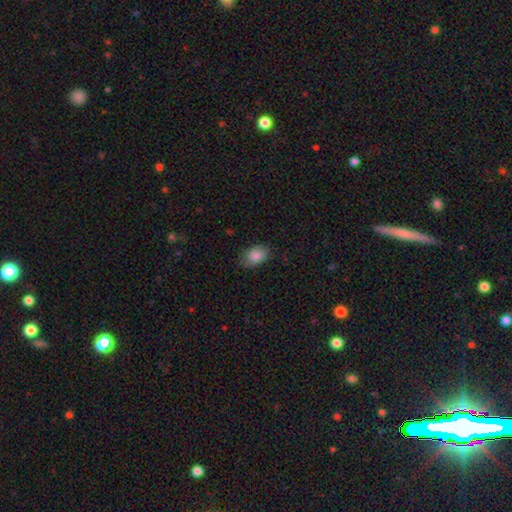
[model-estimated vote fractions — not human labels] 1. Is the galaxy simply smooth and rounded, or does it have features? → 86% smooth, 7% star or artifact, 7% featured or disk.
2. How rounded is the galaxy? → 84% in between, 15% round, 1% cigar-shaped.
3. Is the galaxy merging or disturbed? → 77% none, 18% minor disturbance, 4% major disturbance, 1% merger.